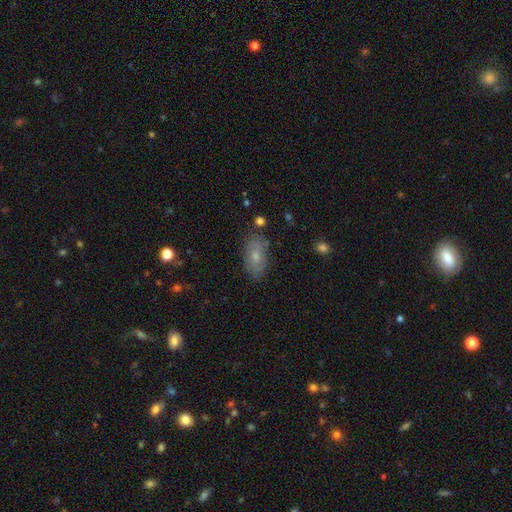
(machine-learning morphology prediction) type=smooth (57%); roundness=in between (91%); merging=none (81%).